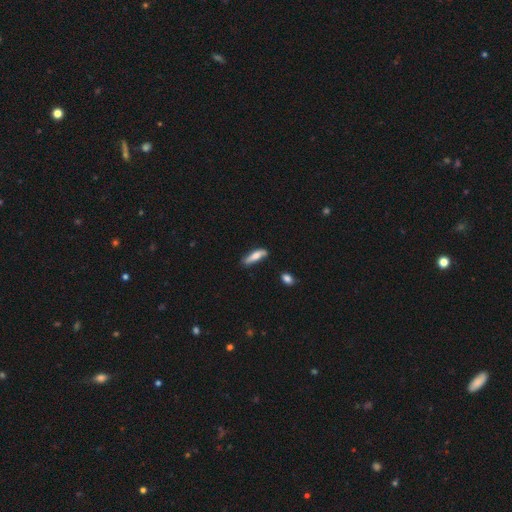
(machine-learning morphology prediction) smooth_or_featured: smooth (p=0.66) [alt: featured or disk p=0.28]
how_rounded: cigar-shaped (p=0.64) [alt: in between p=0.34]
merging: none (p=0.68) [alt: minor disturbance p=0.24]